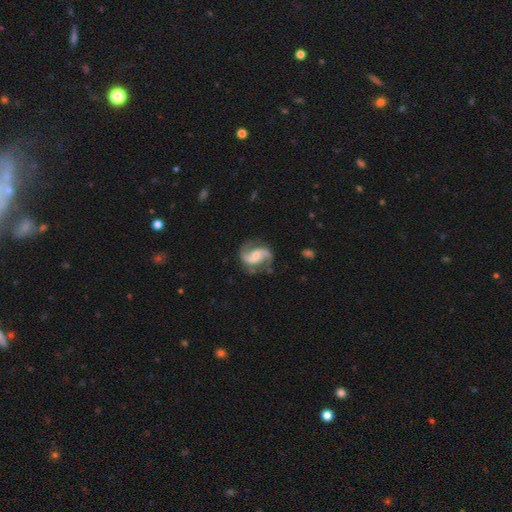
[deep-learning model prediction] Overall: featured or disk (90%). Edge-on disk: no (98%). Bar: no (47%; weak 38%). Spiral arms: yes (98%). Spiral arm count: 2 (93%). Spiral winding: medium (48%; loose 39%). Bulge size: small (46%; moderate 41%). Merging: none (76%).